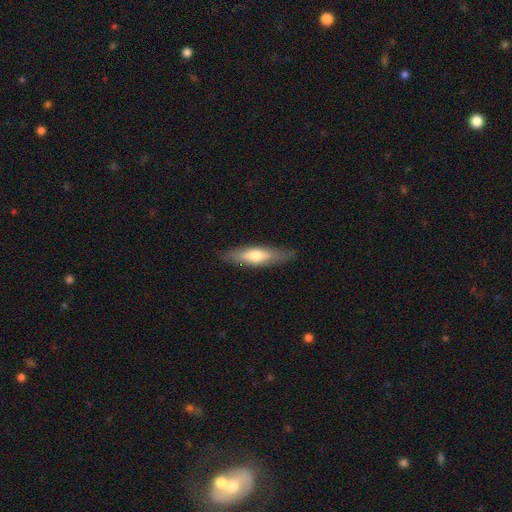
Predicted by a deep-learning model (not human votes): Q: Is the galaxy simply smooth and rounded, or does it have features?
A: smooth — 56%.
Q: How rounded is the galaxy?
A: cigar-shaped — 58%.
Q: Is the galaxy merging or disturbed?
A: none — 81%.